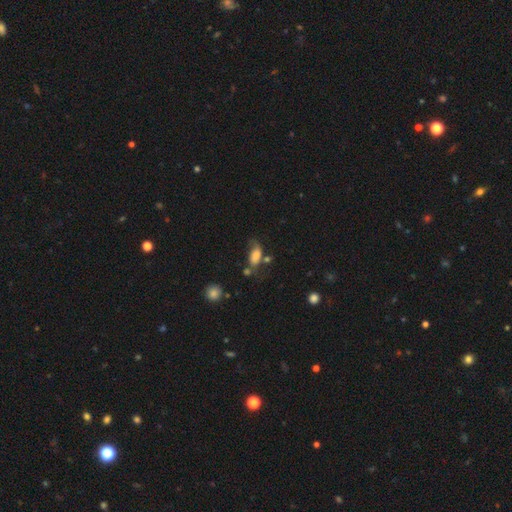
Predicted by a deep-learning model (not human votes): Smooth or featured? smooth (69%)
How rounded? in between (88%)
Merging? none (38%)